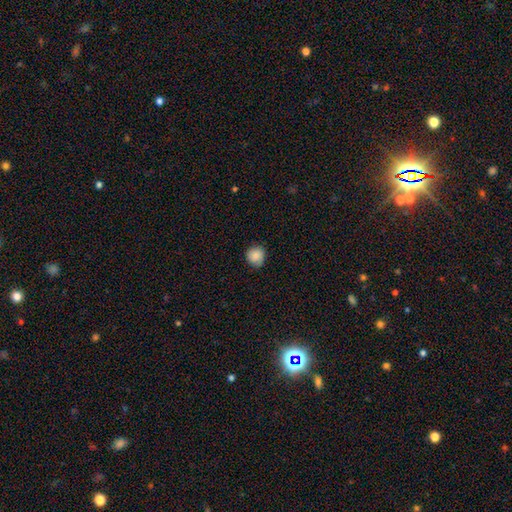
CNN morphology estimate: This is clearly a smooth galaxy (86%). How rounded: clearly round (88%). Merging: likely none (77%).